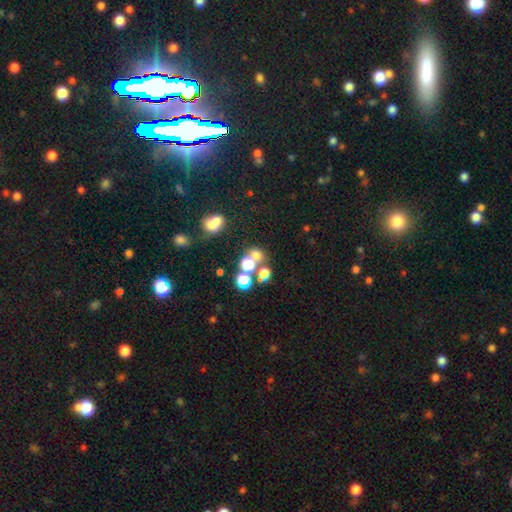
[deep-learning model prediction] Smooth or featured: smooth — 62% (star or artifact — 25%)
How rounded: round — 73% (in between — 26%)
Merging: none — 46% (merger — 39%)